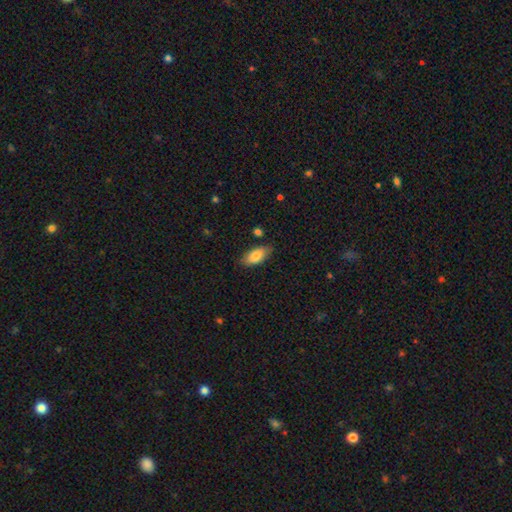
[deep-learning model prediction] A smooth galaxy with no disk features (81%) that is in between round and cigar-shaped (90%). Merging: none (77%).